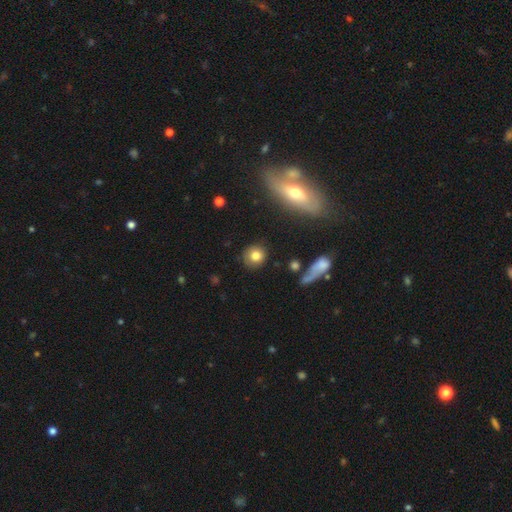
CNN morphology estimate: A smooth galaxy with no disk features (79%) that is round (88%). Merging: none (84%).